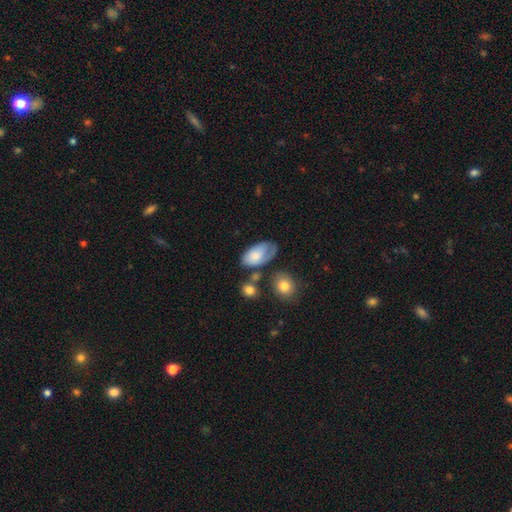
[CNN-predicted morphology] The model was most divided on "merging": none: 43%, minor disturbance: 33%, major disturbance: 16%, merger: 9%. More confident: how rounded — in between (93%); smooth or featured — smooth (70%).